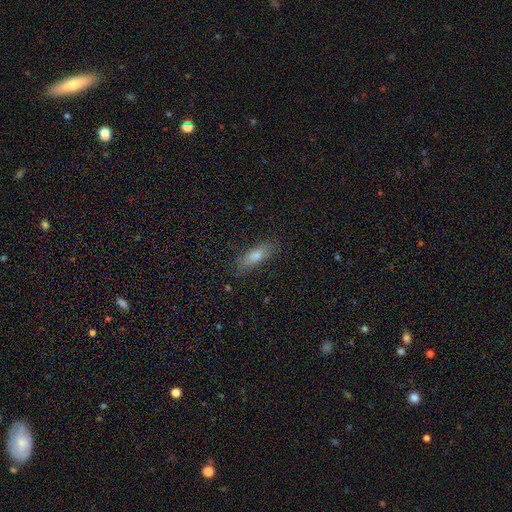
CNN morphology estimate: This appears to be a smooth galaxy with no disk features (72%) that is in between round and cigar-shaped (54%). Merging: none (82%).